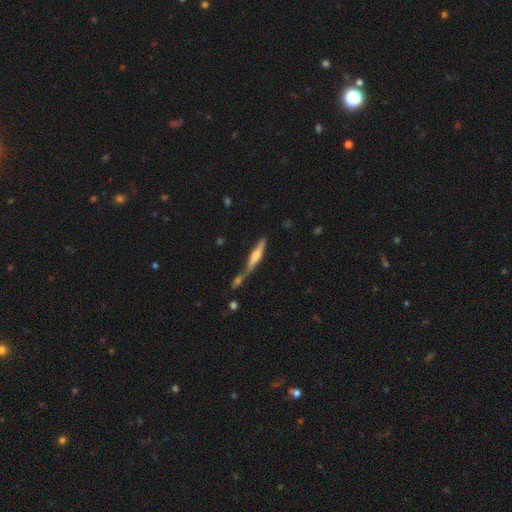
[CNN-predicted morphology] Overall: featured or disk (50%; smooth 43%). Merging: none (45%; merger 36%).